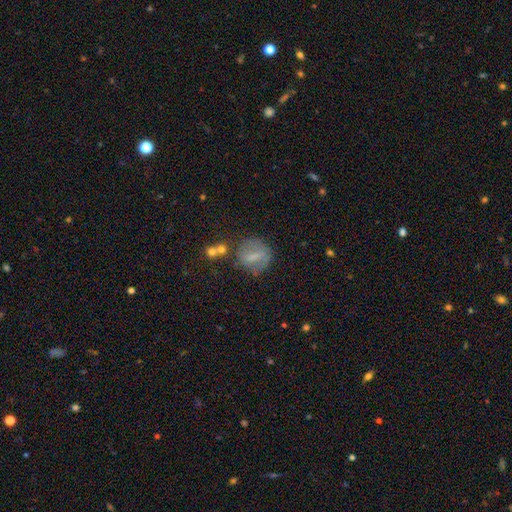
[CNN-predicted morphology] type=smooth (52%); roundness=round (70%); merging=none (63%).